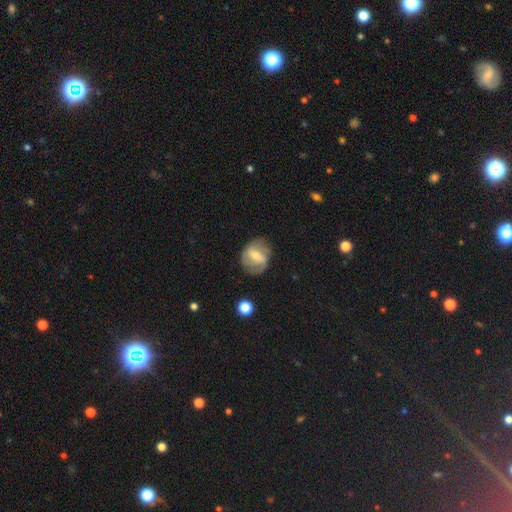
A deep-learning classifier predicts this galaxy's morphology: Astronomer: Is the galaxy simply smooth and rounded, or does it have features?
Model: featured or disk — 61%.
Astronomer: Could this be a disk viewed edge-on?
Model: no — 95%.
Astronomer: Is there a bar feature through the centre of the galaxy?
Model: strong — 43% (runner-up: weak, 42%).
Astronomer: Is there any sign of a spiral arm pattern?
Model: yes — 66%.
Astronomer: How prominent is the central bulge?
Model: moderate — 52% (runner-up: small, 43%).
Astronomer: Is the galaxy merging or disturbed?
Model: none — 70%.